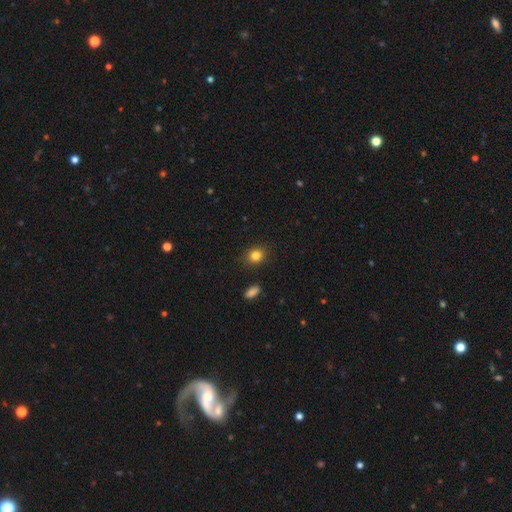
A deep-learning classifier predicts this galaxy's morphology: type=smooth (83%); roundness=round (63%); merging=none (87%).